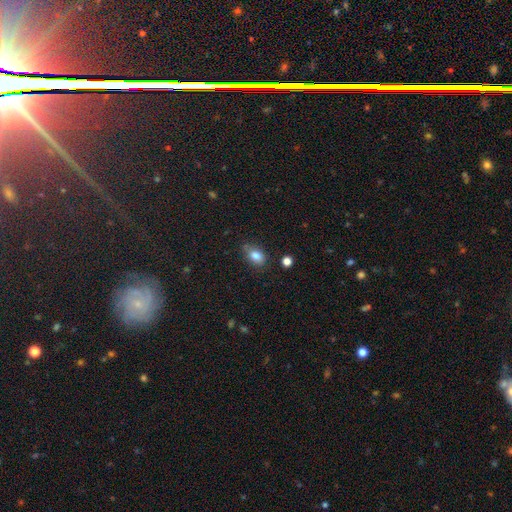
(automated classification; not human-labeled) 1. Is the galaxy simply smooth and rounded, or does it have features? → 83% smooth, 9% star or artifact, 8% featured or disk.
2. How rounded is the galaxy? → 82% in between, 16% round, 2% cigar-shaped.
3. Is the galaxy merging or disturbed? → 71% none, 21% minor disturbance, 4% major disturbance, 4% merger.